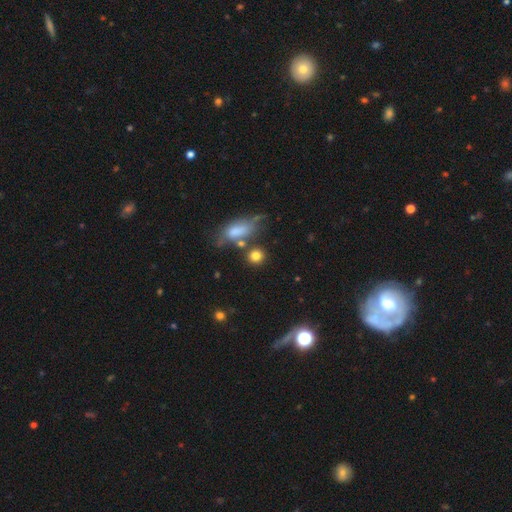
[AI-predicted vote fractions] Morphology: type=smooth (81%); roundness=round (79%); merging=none (71%).